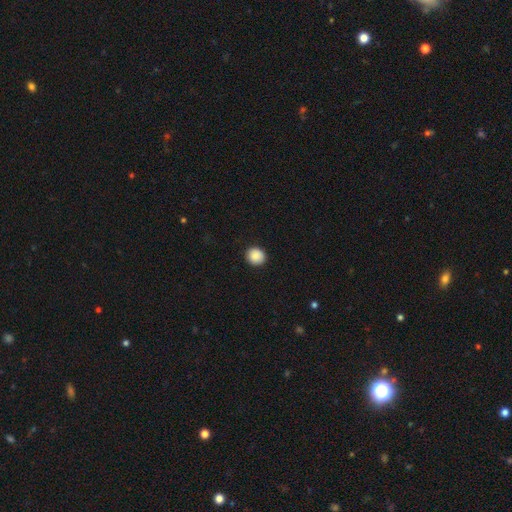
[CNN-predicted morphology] smooth_or_featured: smooth (p=0.89) [alt: star or artifact p=0.09]
how_rounded: round (p=0.90) [alt: in between p=0.09]
merging: none (p=0.92) [alt: minor disturbance p=0.05]